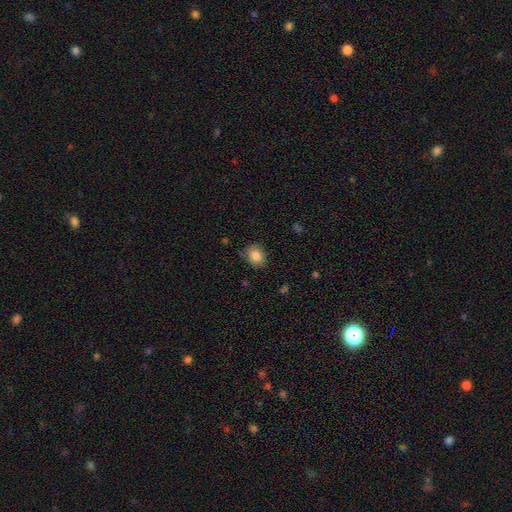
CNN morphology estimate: smooth 84%, star or artifact 9%, featured or disk 7%. Down the decision tree: how rounded — round (51%); merging — none (82%).